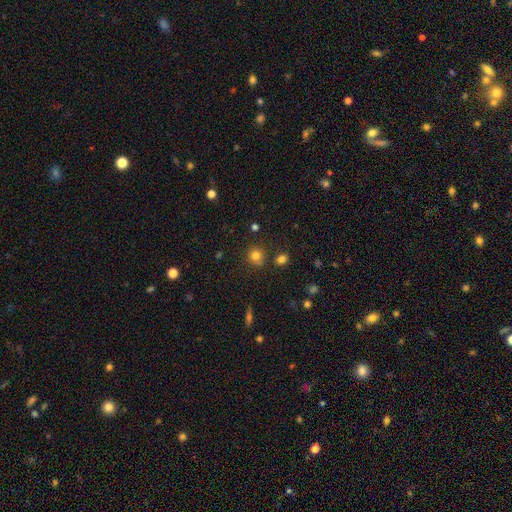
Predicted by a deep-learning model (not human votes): smooth_or_featured: smooth (p=0.79) [alt: star or artifact p=0.14]
how_rounded: round (p=0.86) [alt: in between p=0.13]
merging: none (p=0.76) [alt: minor disturbance p=0.13]